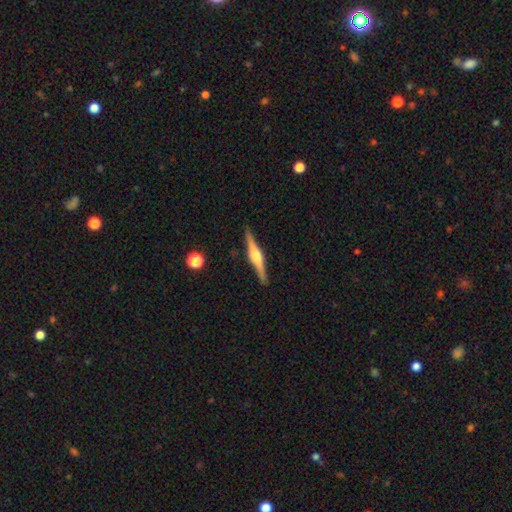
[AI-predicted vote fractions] smooth_or_featured: featured or disk (p=0.79) [alt: smooth p=0.16]
disk_edge_on: yes (p=0.98) [alt: no p=0.02]
edge_on_bulge: rounded (p=0.86) [alt: boxy p=0.11]
merging: none (p=0.90) [alt: minor disturbance p=0.07]